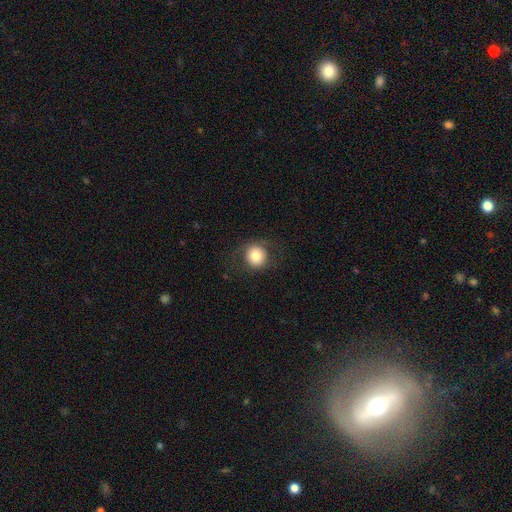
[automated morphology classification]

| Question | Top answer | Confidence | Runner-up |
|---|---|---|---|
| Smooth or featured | smooth | 77% | featured or disk (13%) |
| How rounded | round | 91% | in between (8%) |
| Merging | none | 80% | minor disturbance (12%) |